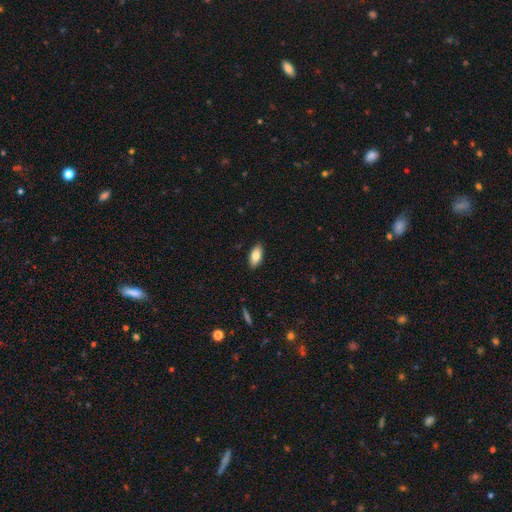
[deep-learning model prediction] Morphology: type=smooth (81%); roundness=in between (90%); merging=none (89%).